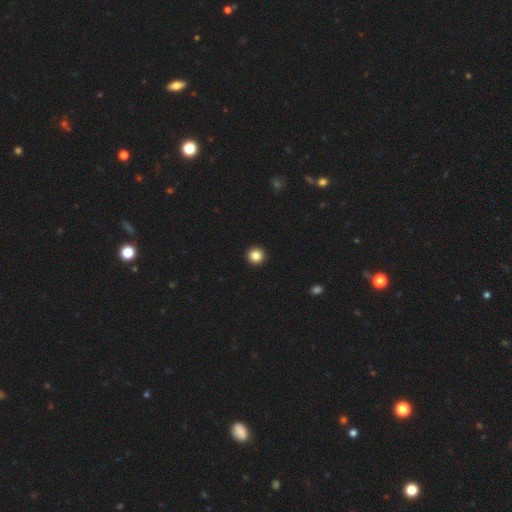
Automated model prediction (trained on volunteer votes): Smooth or featured: smooth — 85% (star or artifact — 11%)
How rounded: round — 96% (in between — 3%)
Merging: none — 94% (minor disturbance — 3%)